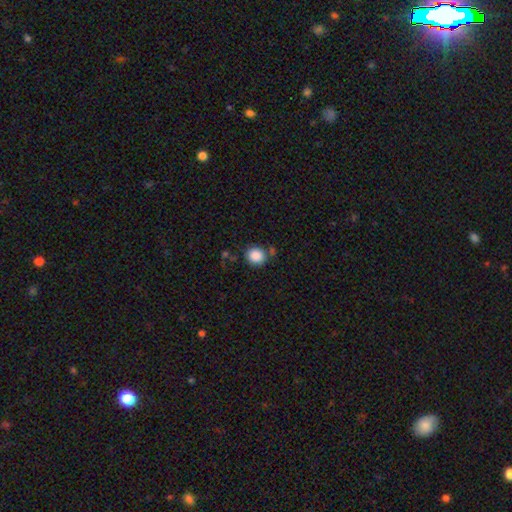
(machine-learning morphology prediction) Smooth or featured: smooth — 88% (star or artifact — 9%)
How rounded: round — 83% (in between — 17%)
Merging: none — 73% (minor disturbance — 13%)